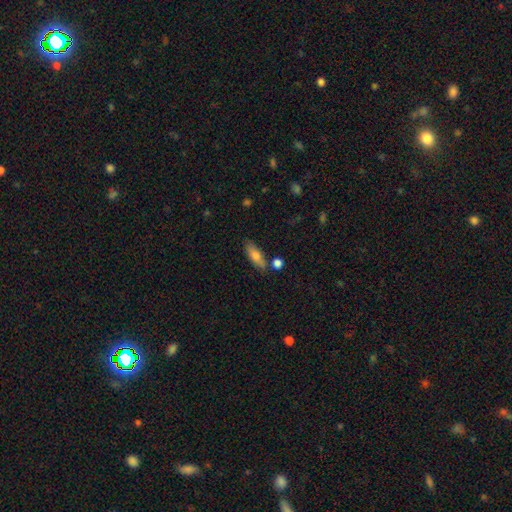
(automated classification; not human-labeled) Smooth or featured? smooth (72%)
How rounded? in between (59%)
Merging? none (76%)